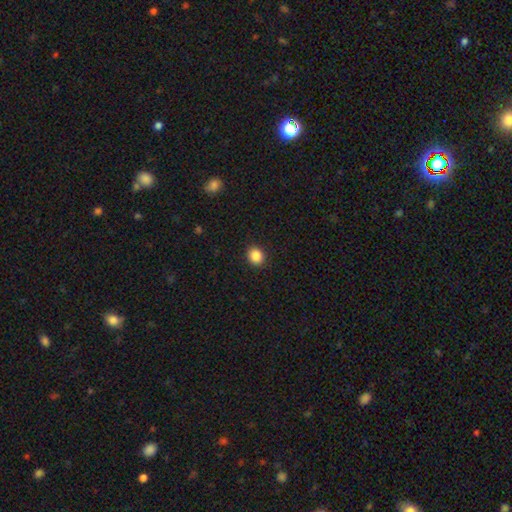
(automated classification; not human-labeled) A smooth galaxy with no disk features (87%) that is round (77%). Merging: none (91%).